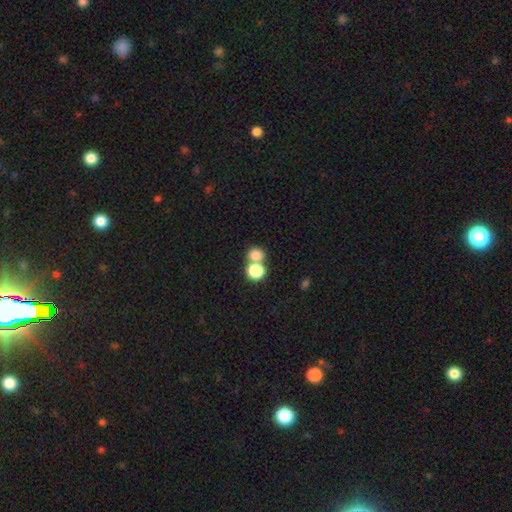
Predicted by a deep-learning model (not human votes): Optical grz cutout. It shows a smooth galaxy with no disk features (79%) that is round (76%). Merging: merger (48%).